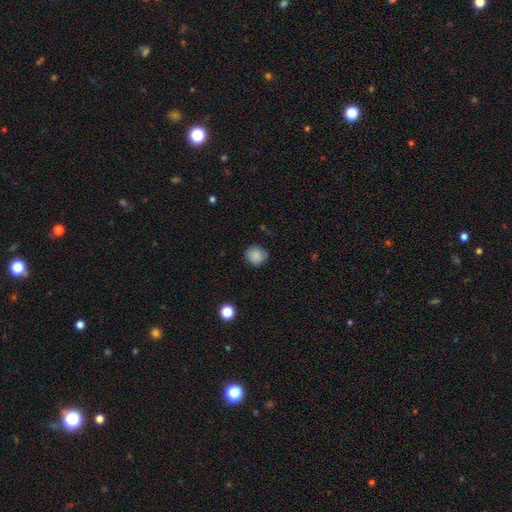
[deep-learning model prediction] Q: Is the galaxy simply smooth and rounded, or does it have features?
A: smooth — 85%.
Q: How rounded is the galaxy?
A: round — 86%.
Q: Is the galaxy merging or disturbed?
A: none — 78%.